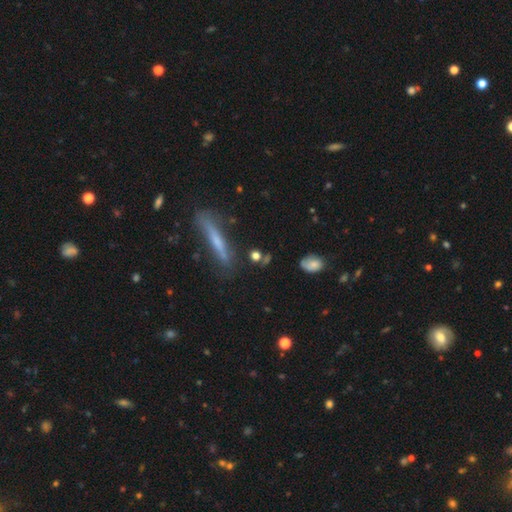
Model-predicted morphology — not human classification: This appears to be a smooth galaxy with no disk features (69%) that is round (47%). Merging: none (69%).